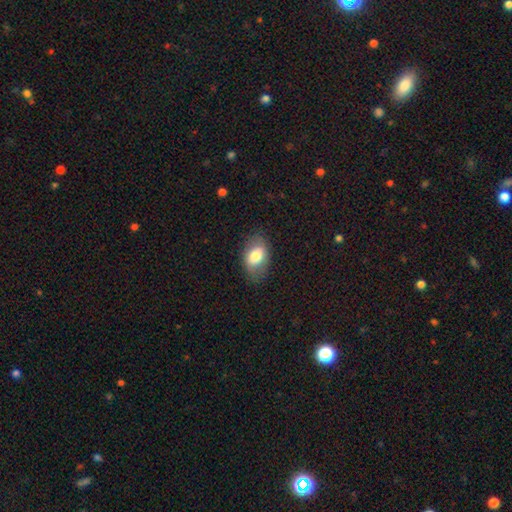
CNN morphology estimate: Smooth or featured? smooth (73%)
How rounded? in between (87%)
Merging? none (76%)